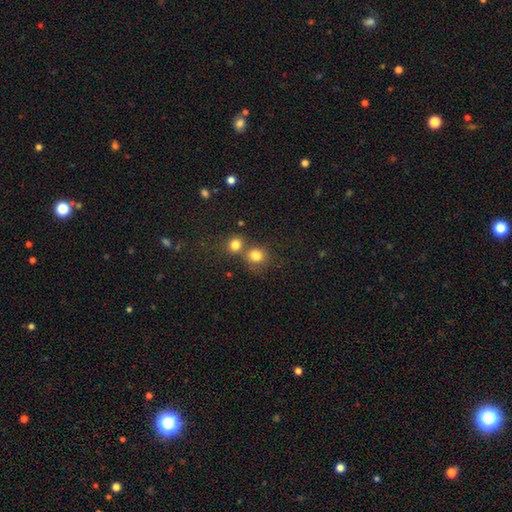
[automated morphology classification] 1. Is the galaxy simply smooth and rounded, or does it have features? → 80% smooth, 13% star or artifact, 7% featured or disk.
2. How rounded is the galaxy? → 85% round, 14% in between, 1% cigar-shaped.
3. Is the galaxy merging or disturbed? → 53% none, 35% merger, 8% minor disturbance, 4% major disturbance.